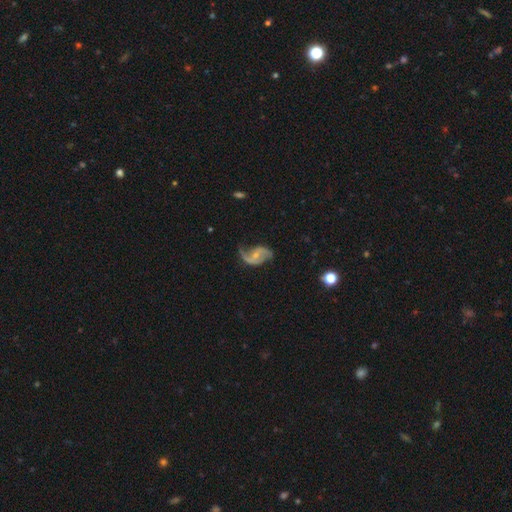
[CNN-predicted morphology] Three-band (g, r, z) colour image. It shows a featured or disk galaxy (85%) with no bar (45%), 2 (84%) loose (63%) spiral arms (94%) and a small central bulge (63%). Merging: none (54%).